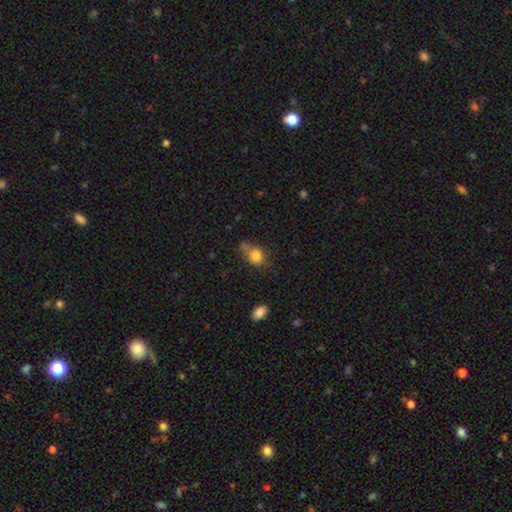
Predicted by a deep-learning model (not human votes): Smooth or featured? smooth (82%)
How rounded? round (63%)
Merging? none (47%)